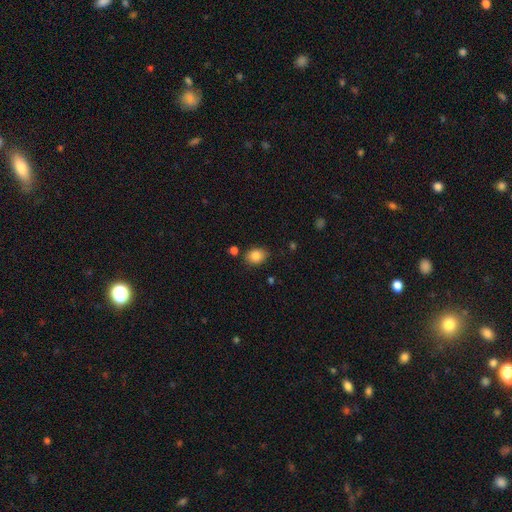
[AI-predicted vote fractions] Q: Smooth or featured?
A: smooth (84%); runner-up: star or artifact (9%)
Q: How rounded?
A: in between (59%); runner-up: round (40%)
Q: Merging?
A: none (80%); runner-up: minor disturbance (13%)